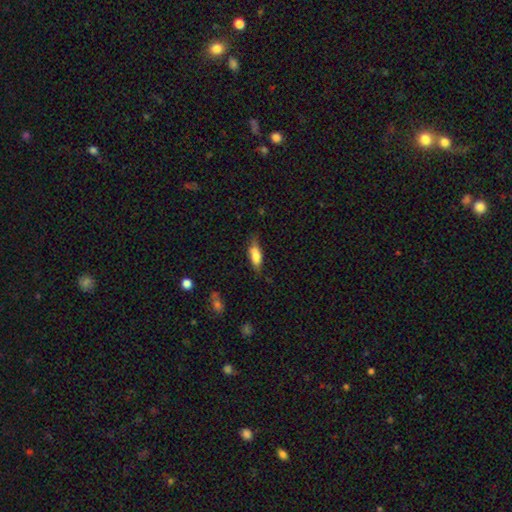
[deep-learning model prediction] Q: Smooth or featured?
A: smooth (75%); runner-up: featured or disk (17%)
Q: How rounded?
A: in between (65%); runner-up: cigar-shaped (33%)
Q: Merging?
A: none (60%); runner-up: minor disturbance (29%)